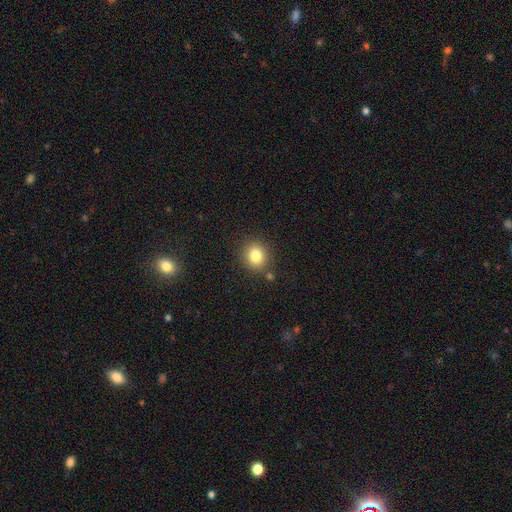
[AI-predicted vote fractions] This is clearly a smooth galaxy (81%). How rounded: clearly round (81%). Merging: clearly none (83%).